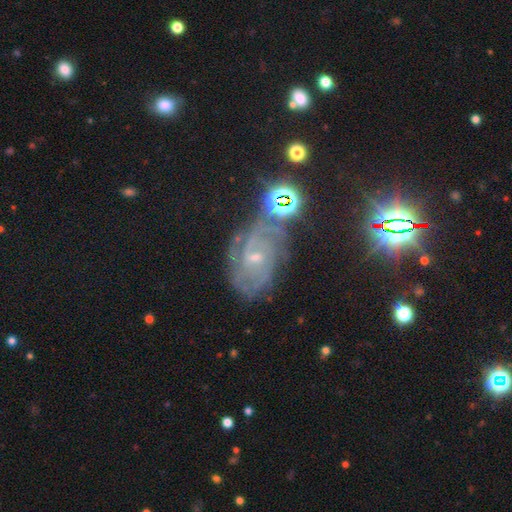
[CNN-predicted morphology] Smooth or featured? Predicted: featured or disk (p=0.70). Edge-on disk? Predicted: no (p=0.96). Bar? Predicted: no (p=0.52). Spiral arms? Predicted: yes (p=0.95). Spiral winding? Predicted: tight (p=0.64). Spiral arm count? Predicted: can't tell (p=0.34). Bulge size? Predicted: small (p=0.73). Merging? Predicted: none (p=0.65).